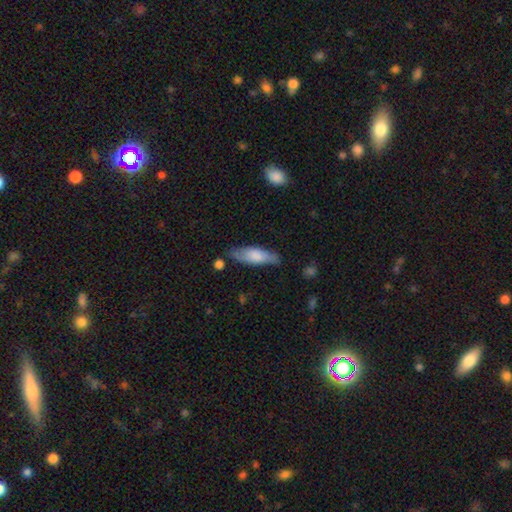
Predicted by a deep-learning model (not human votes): smooth 69%, featured or disk 25%, star or artifact 6%. Down the decision tree: how rounded — in between (51%); merging — none (73%).